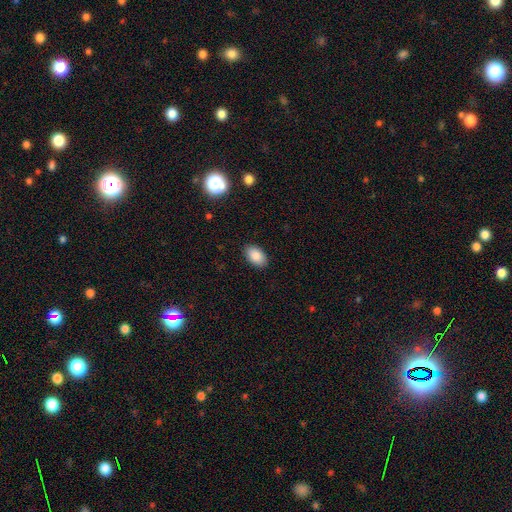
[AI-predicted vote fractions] Smooth or featured? Predicted: smooth (p=0.86). How rounded? Predicted: in between (p=0.93). Merging? Predicted: none (p=0.89).